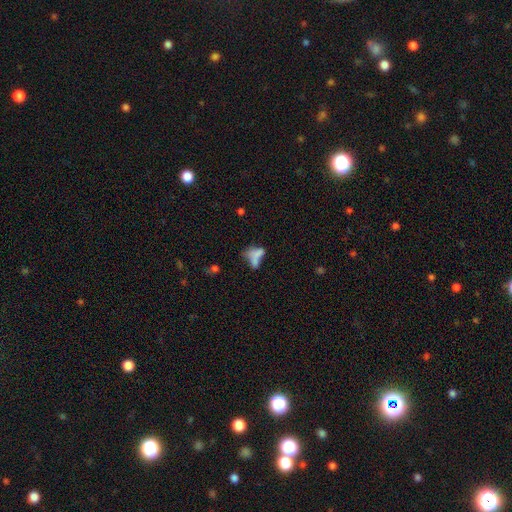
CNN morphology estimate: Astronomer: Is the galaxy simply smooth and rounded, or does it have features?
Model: smooth — 62%.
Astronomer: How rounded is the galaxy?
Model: in between — 77%.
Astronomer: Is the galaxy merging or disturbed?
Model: merger — 42% (runner-up: major disturbance, 22%).